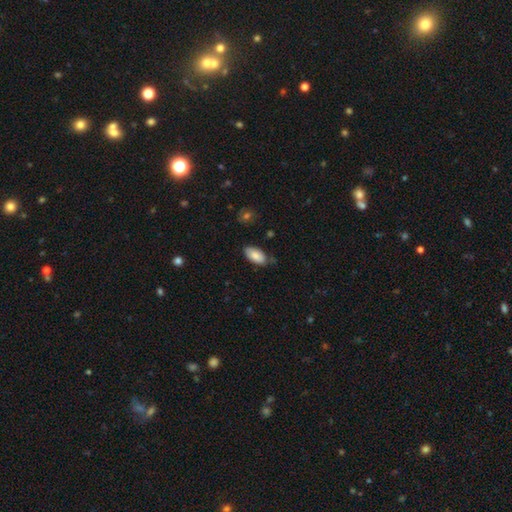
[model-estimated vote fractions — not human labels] A smooth galaxy with no disk features (85%) that is in between round and cigar-shaped (95%). Merging: none (70%).